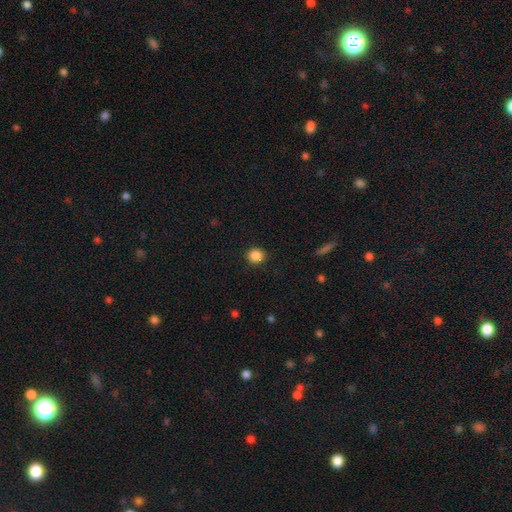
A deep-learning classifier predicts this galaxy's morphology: Q: Smooth or featured?
A: smooth (87%); runner-up: star or artifact (10%)
Q: How rounded?
A: round (86%); runner-up: in between (13%)
Q: Merging?
A: none (90%); runner-up: minor disturbance (7%)